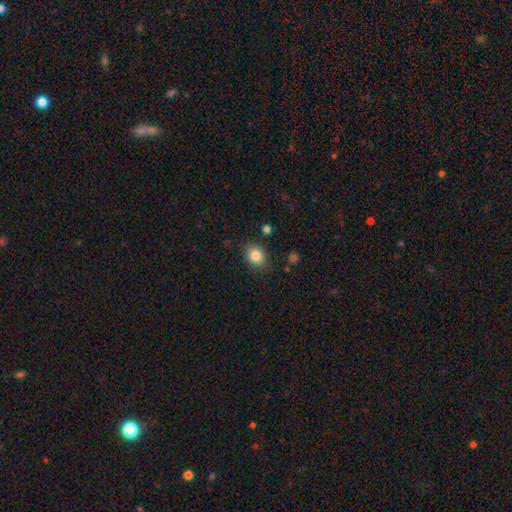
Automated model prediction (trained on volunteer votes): Smooth or featured?
  - smooth: 84% *
  - star or artifact: 10%
  - featured or disk: 6%
How rounded?
  - round: 54% *
  - in between: 45%
  - cigar-shaped: 1%
Merging?
  - none: 83% *
  - minor disturbance: 11%
  - major disturbance: 3%
  - merger: 2%